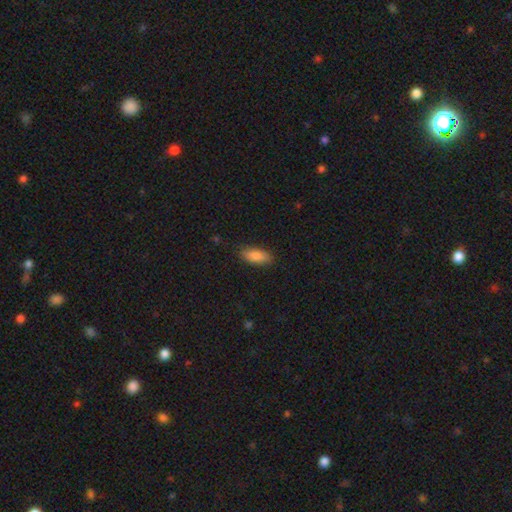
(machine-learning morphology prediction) type=smooth (86%); roundness=in between (85%); merging=none (83%).